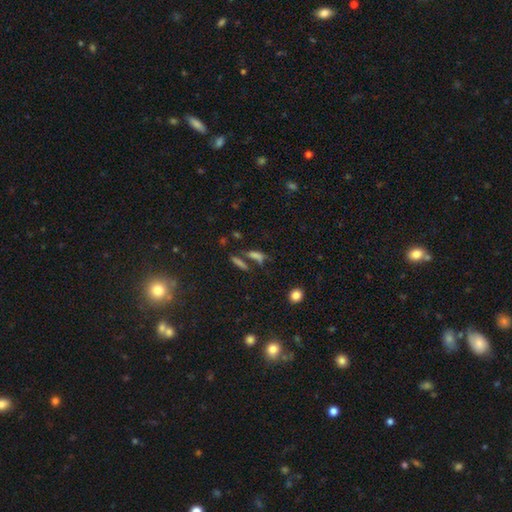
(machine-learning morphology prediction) The model was most divided on "how rounded": cigar-shaped: 53%, in between: 39%, round: 8%. More confident: smooth or featured — smooth (62%); merging — none (51%).